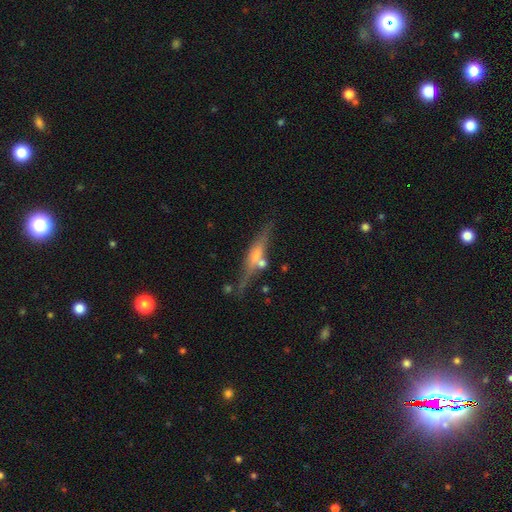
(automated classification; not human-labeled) A featured or disk galaxy (65%) viewed edge-on (92%) with a rounded central bulge (73%). Merging: none (72%).